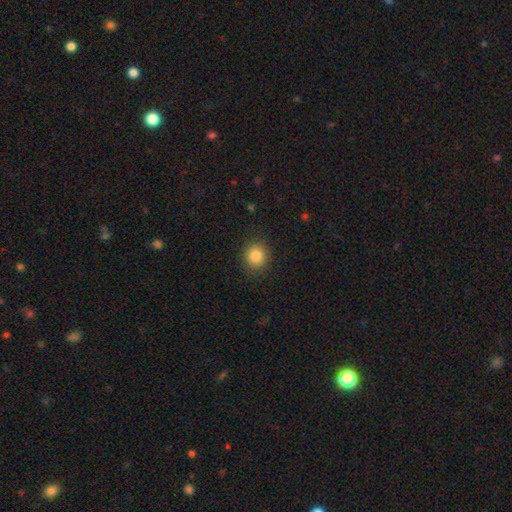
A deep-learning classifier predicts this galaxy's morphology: Overall: smooth (85%). How rounded: round (87%). Merging: none (88%).